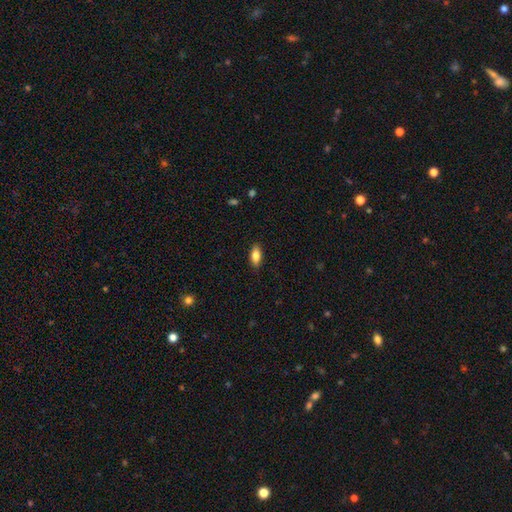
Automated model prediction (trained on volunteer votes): Smooth or featured? smooth (79%)
How rounded? in between (83%)
Merging? none (88%)